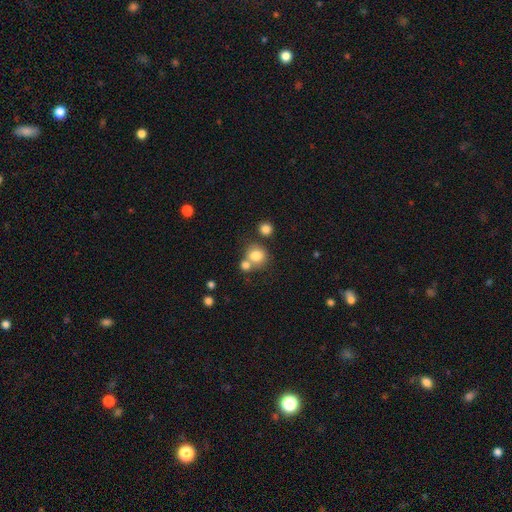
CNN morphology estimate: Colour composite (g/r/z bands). It shows a smooth galaxy with no disk features (79%) that is round (83%). Merging: none (53%).